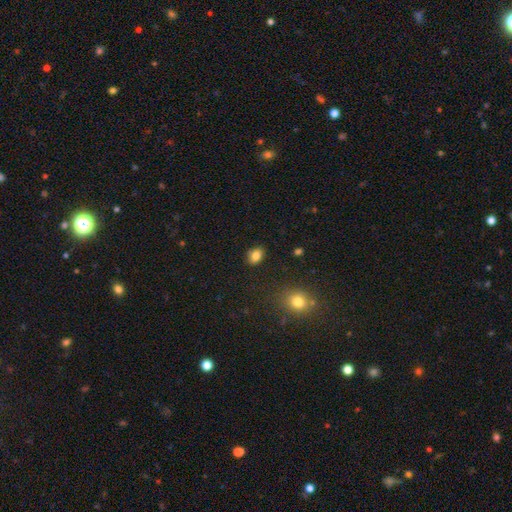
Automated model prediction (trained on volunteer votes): smooth_or_featured: smooth (p=0.83) [alt: star or artifact p=0.11]
how_rounded: in between (p=0.75) [alt: round p=0.23]
merging: none (p=0.83) [alt: minor disturbance p=0.12]